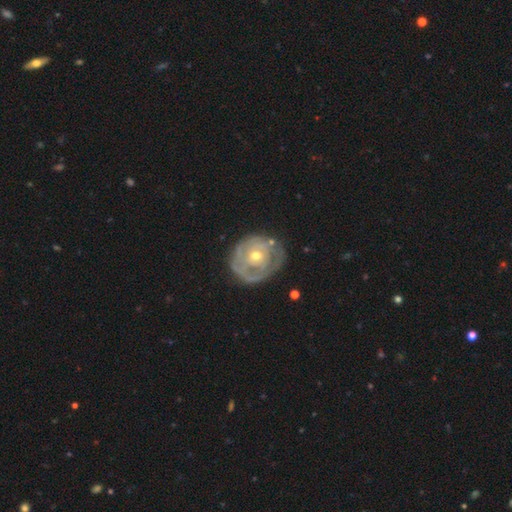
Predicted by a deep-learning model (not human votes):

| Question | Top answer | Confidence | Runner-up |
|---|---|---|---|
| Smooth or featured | featured or disk | 72% | smooth (22%) |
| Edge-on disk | no | 97% | yes (3%) |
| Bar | no | 80% | weak (16%) |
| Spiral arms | yes | 58% | no (42%) |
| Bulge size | moderate | 51% | small (46%) |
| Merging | none | 63% | minor disturbance (23%) |